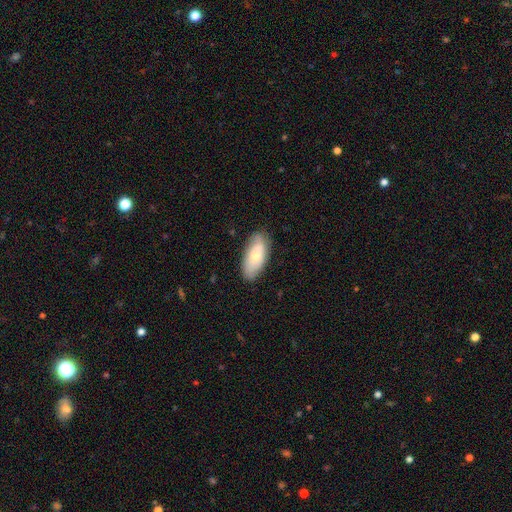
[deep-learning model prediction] smooth_or_featured: smooth (p=0.65) [alt: featured or disk p=0.29]
how_rounded: in between (p=0.88) [alt: cigar-shaped p=0.09]
merging: none (p=0.79) [alt: minor disturbance p=0.17]